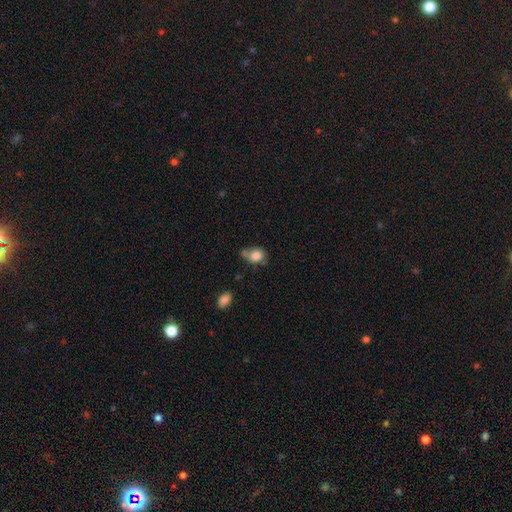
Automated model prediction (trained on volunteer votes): smooth-or-featured: smooth: 80% | featured or disk: 10% | star or artifact: 9%
  how-rounded: round: 57% | in between: 42% | cigar-shaped: 1%
  merging: none: 39% | minor disturbance: 29% | merger: 18% | major disturbance: 13%